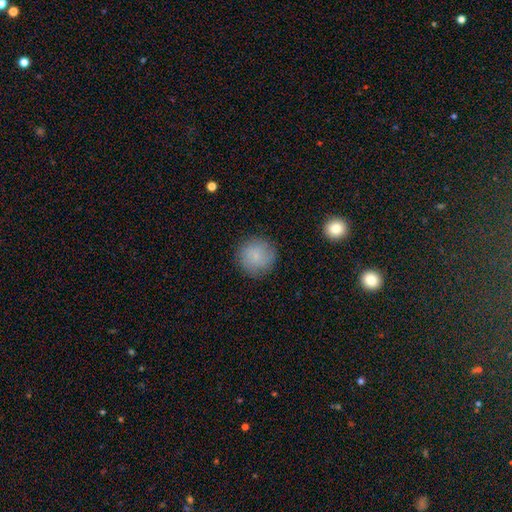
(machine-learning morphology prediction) This appears to be a smooth galaxy with no disk features (81%) that is round (95%). Merging: none (86%).